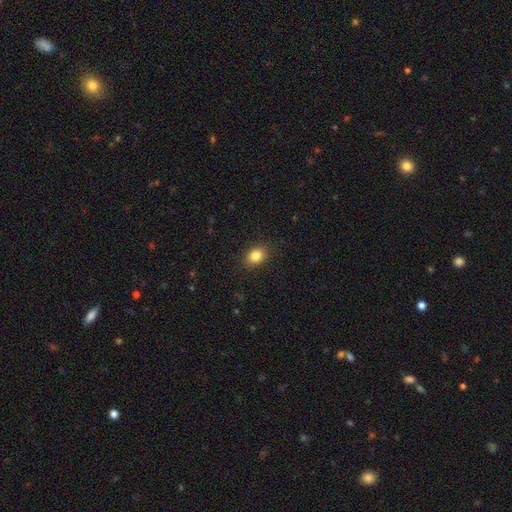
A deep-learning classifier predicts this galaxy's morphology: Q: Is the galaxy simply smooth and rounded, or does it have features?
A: smooth — 83%.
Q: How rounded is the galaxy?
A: in between — 59%.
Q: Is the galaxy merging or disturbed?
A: none — 87%.